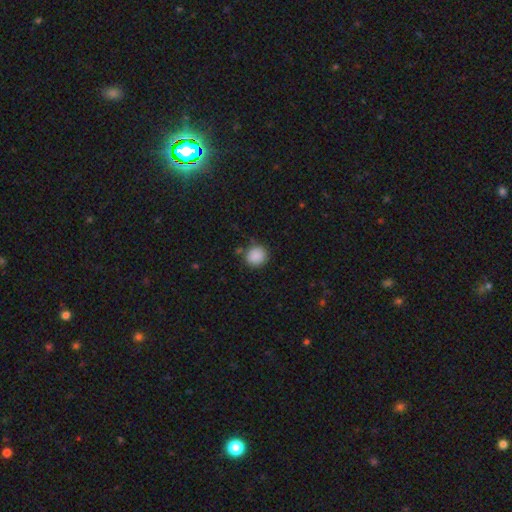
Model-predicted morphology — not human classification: Q: Smooth or featured?
A: smooth (88%); runner-up: star or artifact (9%)
Q: How rounded?
A: round (88%); runner-up: in between (11%)
Q: Merging?
A: none (84%); runner-up: minor disturbance (11%)